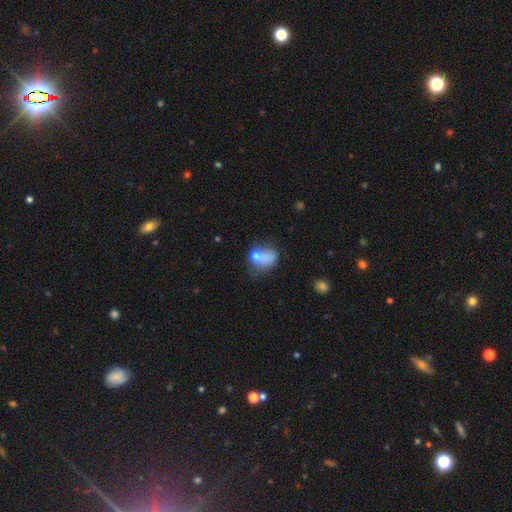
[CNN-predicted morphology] A smooth galaxy with no disk features (69%) that is in between round and cigar-shaped (64%).

Vote fractions:
- Smooth or featured? smooth: 69% / featured or disk: 21% / star or artifact: 11%
- How rounded? in between: 64% / round: 35% / cigar-shaped: 2%
- Merging? major disturbance: 30% / merger: 26% / none: 23% / minor disturbance: 21%